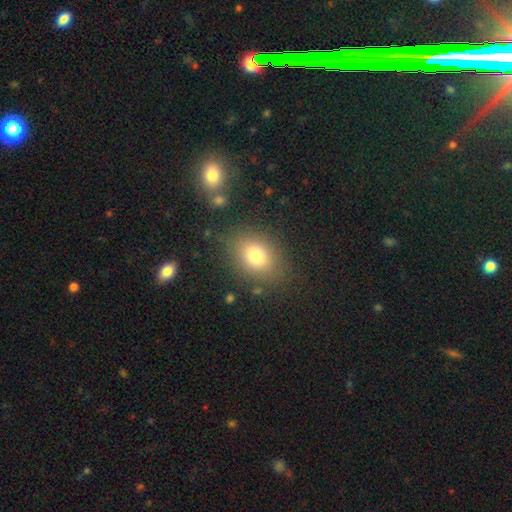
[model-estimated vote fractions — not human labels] A smooth galaxy with no disk features (76%) that is in between round and cigar-shaped (61%). Merging: none (80%).